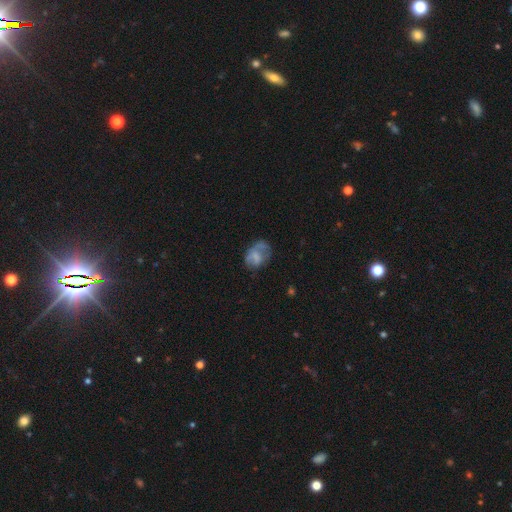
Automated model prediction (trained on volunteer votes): Smooth or featured: smooth — 53% (featured or disk — 37%)
How rounded: in between — 70% (round — 28%)
Merging: none — 39% (major disturbance — 29%)